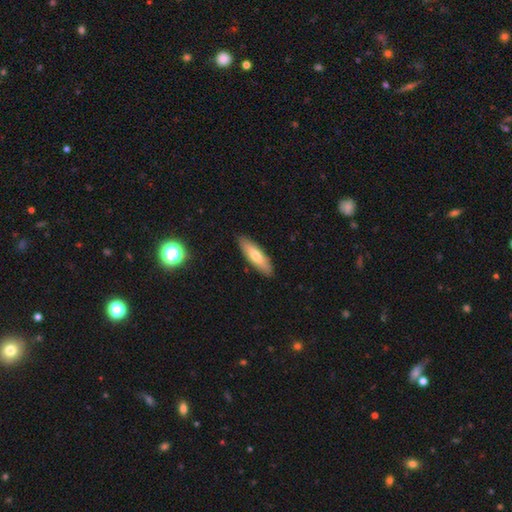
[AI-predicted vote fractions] A smooth galaxy with no disk features (73%) that is cigar-shaped (57%). Merging: none (88%).